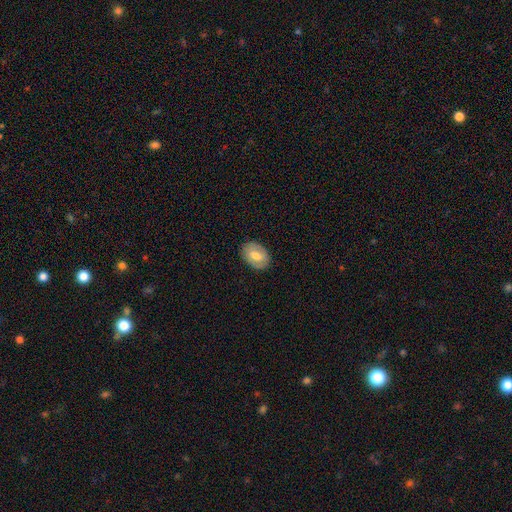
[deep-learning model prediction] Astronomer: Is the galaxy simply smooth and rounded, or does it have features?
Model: smooth — 60%.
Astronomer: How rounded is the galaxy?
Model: in between — 79%.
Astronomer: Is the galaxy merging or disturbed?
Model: none — 85%.